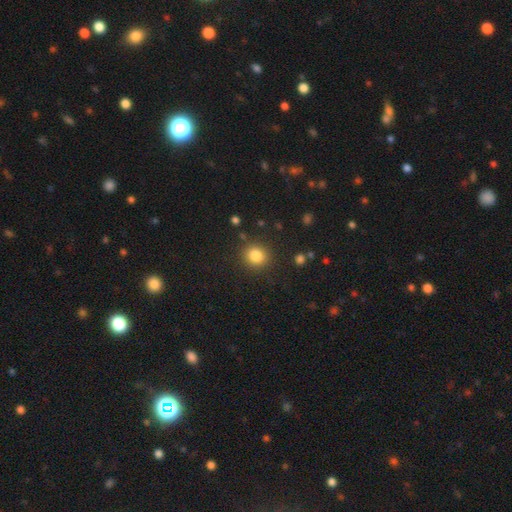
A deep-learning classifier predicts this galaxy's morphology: smooth_or_featured: smooth (p=0.84) [alt: star or artifact p=0.11]
how_rounded: round (p=0.86) [alt: in between p=0.13]
merging: none (p=0.88) [alt: minor disturbance p=0.07]